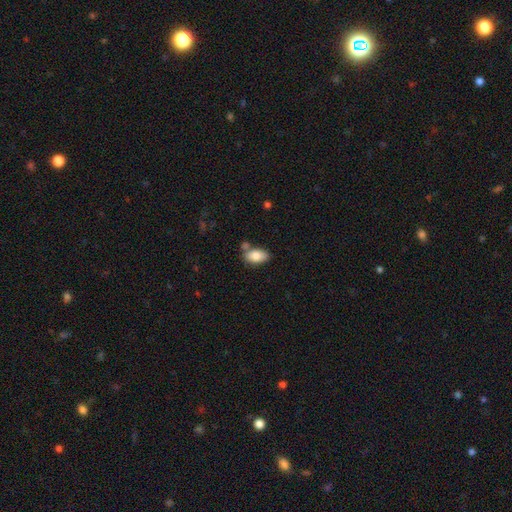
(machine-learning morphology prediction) smooth-or-featured: smooth: 83% | featured or disk: 11% | star or artifact: 7%
  how-rounded: in between: 93% | round: 5% | cigar-shaped: 2%
  merging: none: 64% | minor disturbance: 16% | merger: 16% | major disturbance: 4%